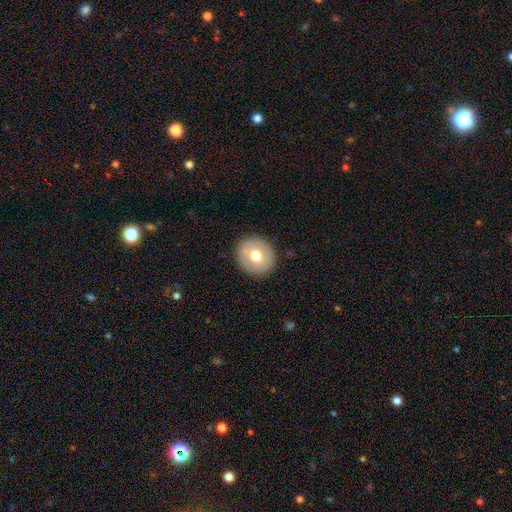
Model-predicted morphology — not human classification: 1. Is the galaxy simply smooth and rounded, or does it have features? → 64% smooth, 29% featured or disk, 7% star or artifact.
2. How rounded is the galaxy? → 90% round, 9% in between, 1% cigar-shaped.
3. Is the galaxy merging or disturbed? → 89% none, 7% minor disturbance, 2% major disturbance, 1% merger.